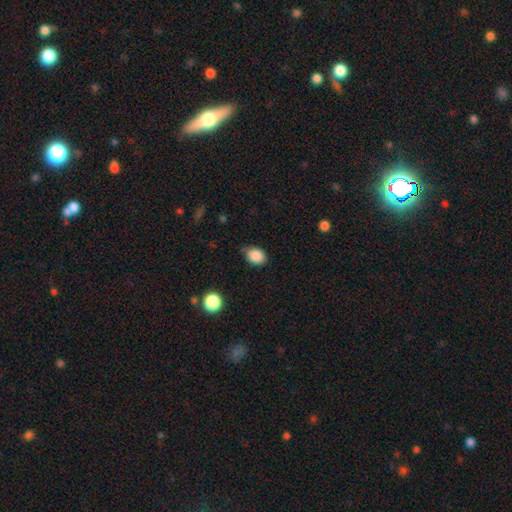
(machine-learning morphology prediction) type=smooth (88%); roundness=in between (62%); merging=none (72%).